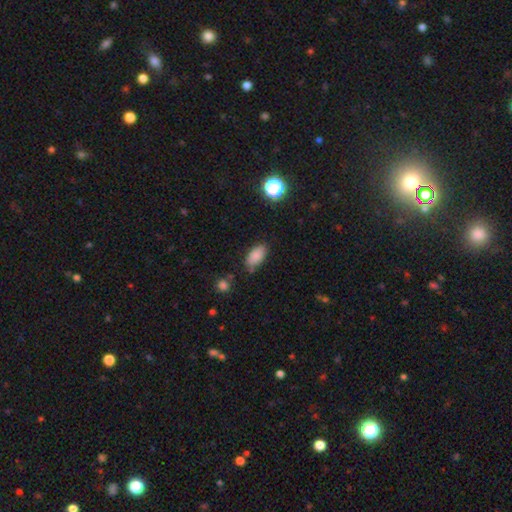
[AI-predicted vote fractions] Smooth or featured? Predicted: smooth (p=0.84). How rounded? Predicted: in between (p=0.92). Merging? Predicted: none (p=0.76).